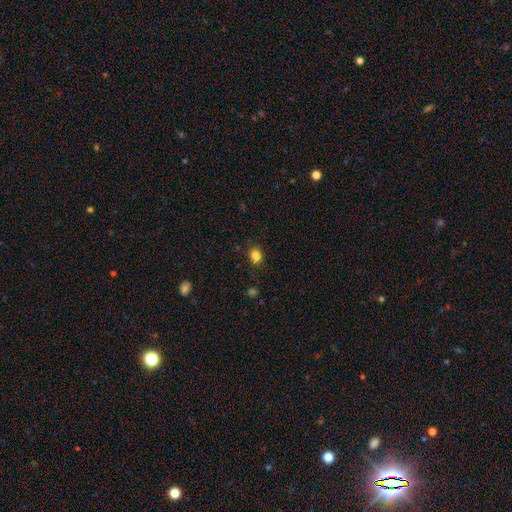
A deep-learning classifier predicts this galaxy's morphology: Smooth or featured? smooth (84%)
How rounded? round (61%)
Merging? none (86%)